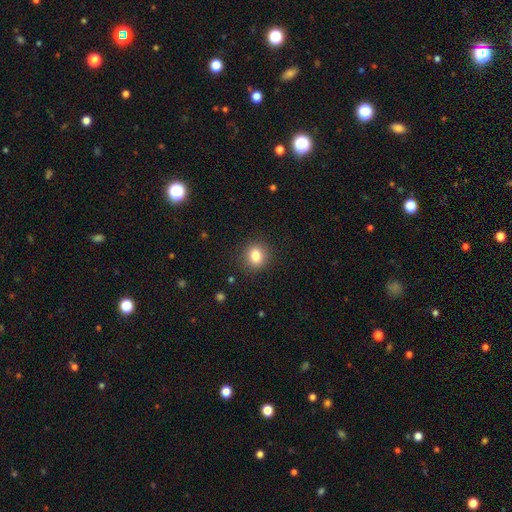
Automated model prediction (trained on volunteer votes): This appears to be a smooth galaxy with no disk features (83%) that is round (72%). Merging: none (89%).